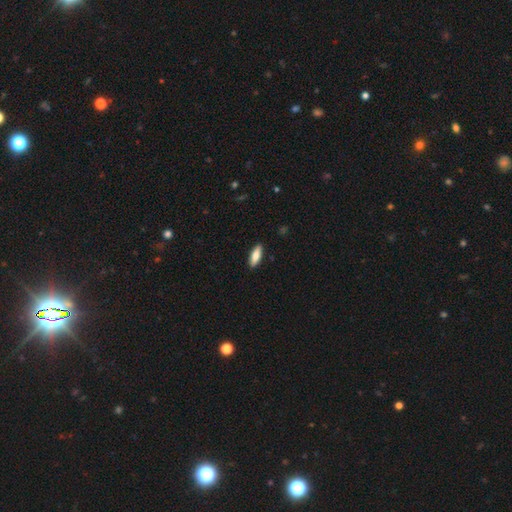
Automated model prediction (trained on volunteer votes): Q: Smooth or featured?
A: smooth (79%); runner-up: featured or disk (15%)
Q: How rounded?
A: in between (64%); runner-up: cigar-shaped (34%)
Q: Merging?
A: none (90%); runner-up: minor disturbance (8%)